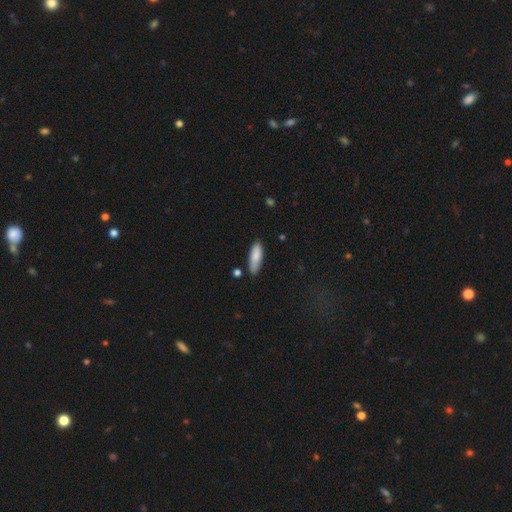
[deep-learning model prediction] A smooth galaxy with no disk features (84%) that is in between round and cigar-shaped (53%).

Vote fractions:
- Smooth or featured? smooth: 84% / featured or disk: 10% / star or artifact: 6%
- How rounded? in between: 53% / cigar-shaped: 45% / round: 2%
- Merging? none: 75% / minor disturbance: 19% / merger: 3% / major disturbance: 3%